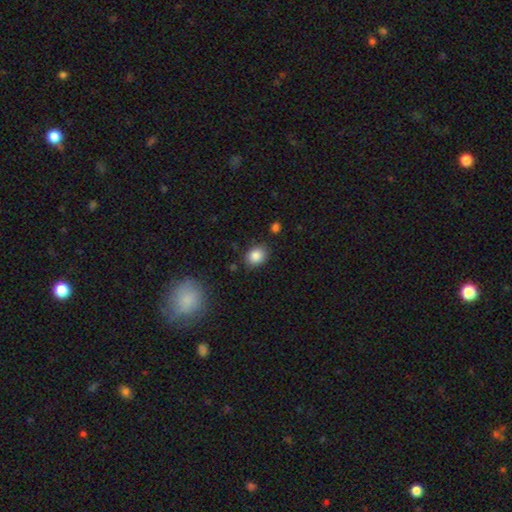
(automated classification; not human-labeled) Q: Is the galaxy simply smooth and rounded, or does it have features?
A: smooth — 86%.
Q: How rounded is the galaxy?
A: in between — 51%.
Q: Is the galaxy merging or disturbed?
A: none — 82%.